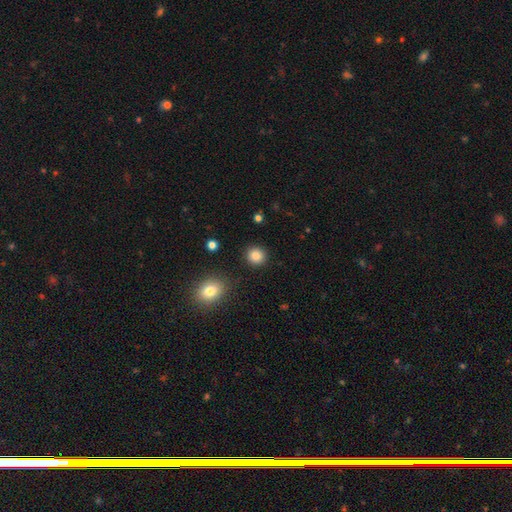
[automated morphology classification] A smooth galaxy with no disk features (85%) that is round (91%). Merging: none (91%).